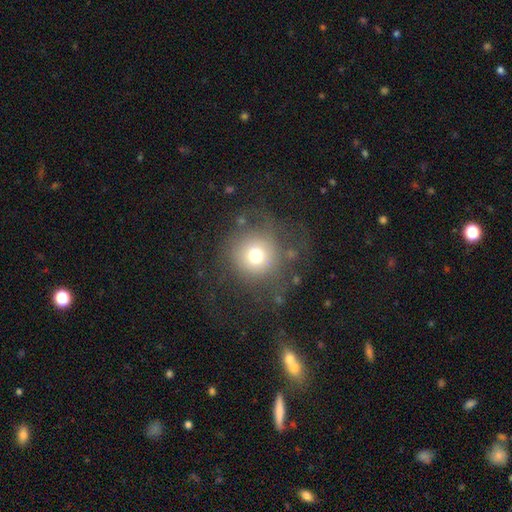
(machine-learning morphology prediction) The model was most divided on "merging": none: 63%, major disturbance: 18%, minor disturbance: 16%, merger: 2%. More confident: how rounded — round (93%); smooth or featured — smooth (68%).